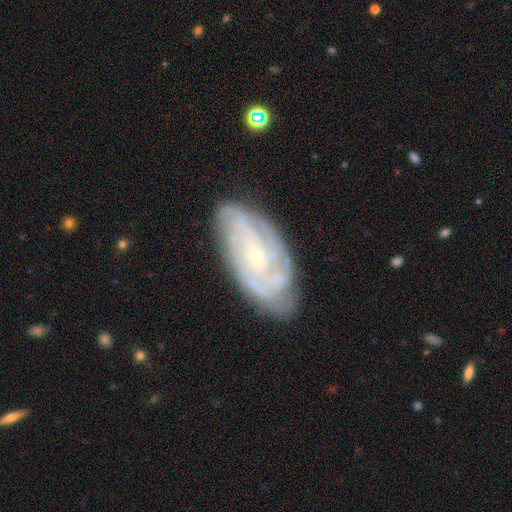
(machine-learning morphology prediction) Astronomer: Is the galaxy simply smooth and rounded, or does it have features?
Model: featured or disk — 84%.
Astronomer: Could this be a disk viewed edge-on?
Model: no — 94%.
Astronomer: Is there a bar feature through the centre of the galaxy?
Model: no — 66%.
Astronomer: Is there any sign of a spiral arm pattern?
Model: yes — 96%.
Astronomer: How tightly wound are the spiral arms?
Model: tight — 73%.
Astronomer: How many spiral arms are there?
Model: can't tell — 33% (runner-up: 4, 22%).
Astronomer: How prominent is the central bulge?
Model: small — 74%.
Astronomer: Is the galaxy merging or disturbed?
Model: none — 79%.